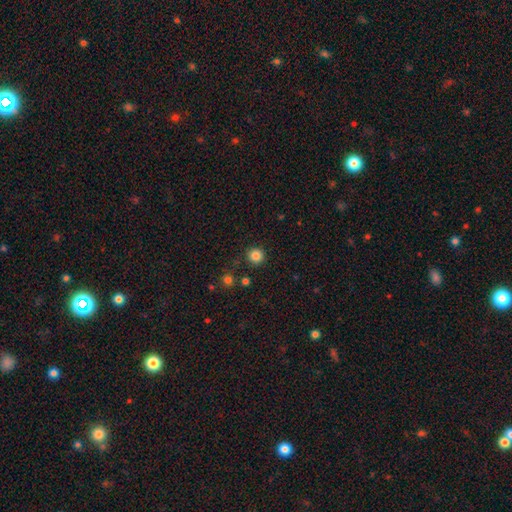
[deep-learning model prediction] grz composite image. It shows a smooth galaxy with no disk features (84%) that is round (95%). Merging: none (91%).